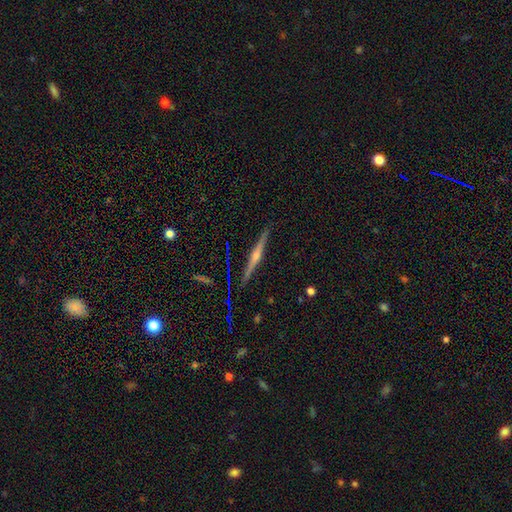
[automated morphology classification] The model was most divided on "smooth or featured": featured or disk: 76%, smooth: 15%, star or artifact: 9%. More confident: edge-on disk — yes (97%); merging — none (88%); edge-on bulge — rounded (84%).